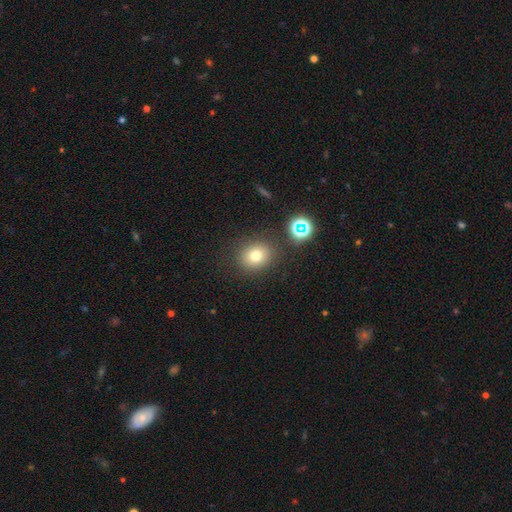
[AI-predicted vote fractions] Q: Smooth or featured?
A: smooth (76%); runner-up: star or artifact (15%)
Q: How rounded?
A: round (71%); runner-up: in between (28%)
Q: Merging?
A: none (83%); runner-up: minor disturbance (9%)